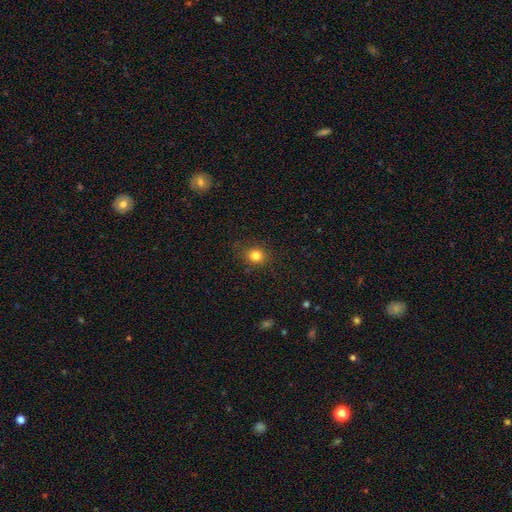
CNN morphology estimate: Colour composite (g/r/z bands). It shows a smooth galaxy with no disk features (81%) that is round (77%). Merging: none (86%).